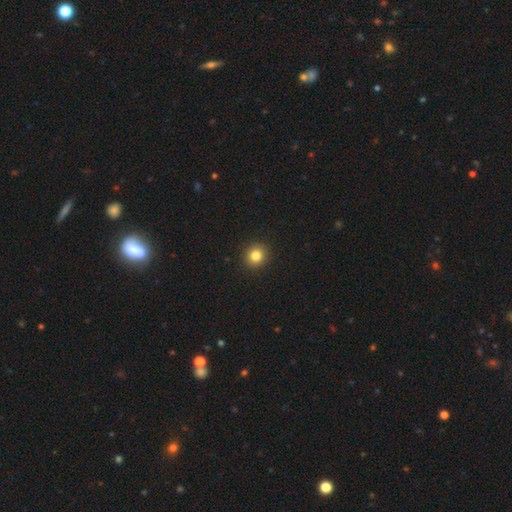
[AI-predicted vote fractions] smooth_or_featured: smooth (p=0.83) [alt: star or artifact p=0.11]
how_rounded: round (p=0.89) [alt: in between p=0.10]
merging: none (p=0.93) [alt: minor disturbance p=0.05]